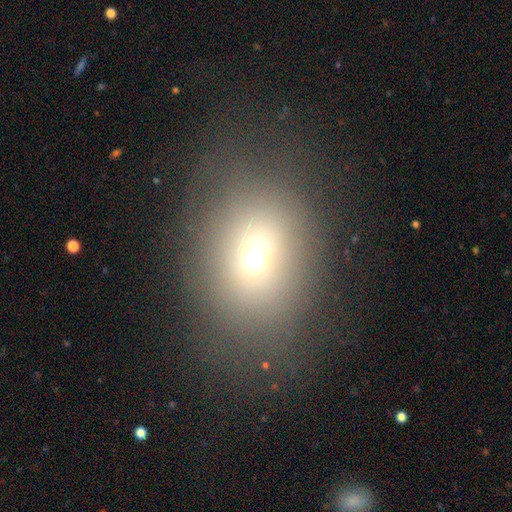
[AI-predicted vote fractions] Smooth or featured: smooth — 65% (star or artifact — 20%)
How rounded: in between — 51% (round — 48%)
Merging: none — 71% (minor disturbance — 15%)